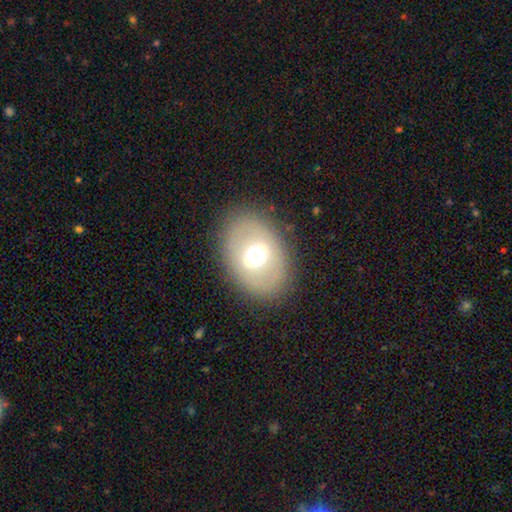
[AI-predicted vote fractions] The model was most divided on "smooth or featured": smooth: 49%, featured or disk: 39%, star or artifact: 12%. More confident: merging — none (83%).